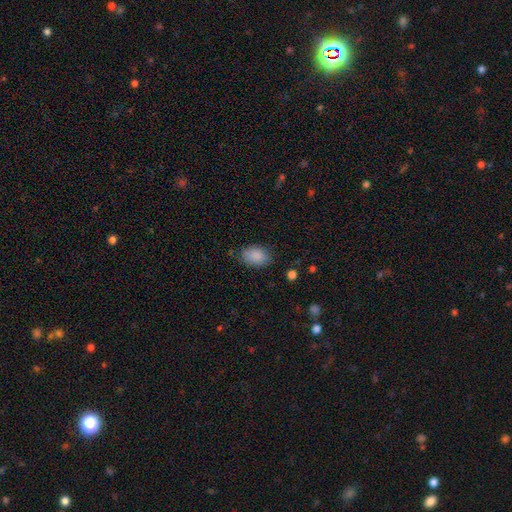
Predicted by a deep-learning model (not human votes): This is clearly a smooth galaxy (88%). How rounded: clearly in between (87%). Merging: clearly none (81%).